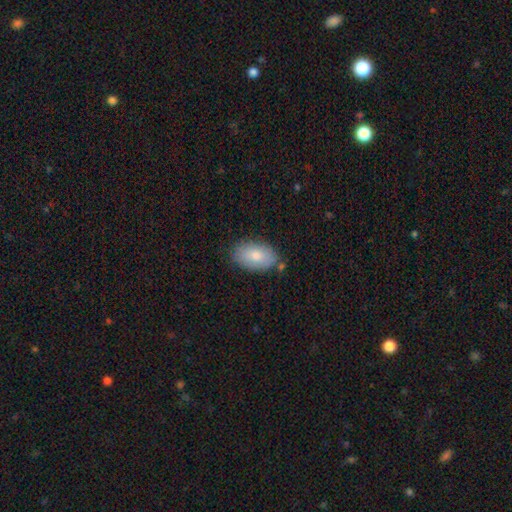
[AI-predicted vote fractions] Smooth or featured? Predicted: smooth (p=0.80). How rounded? Predicted: in between (p=0.93). Merging? Predicted: none (p=0.78).